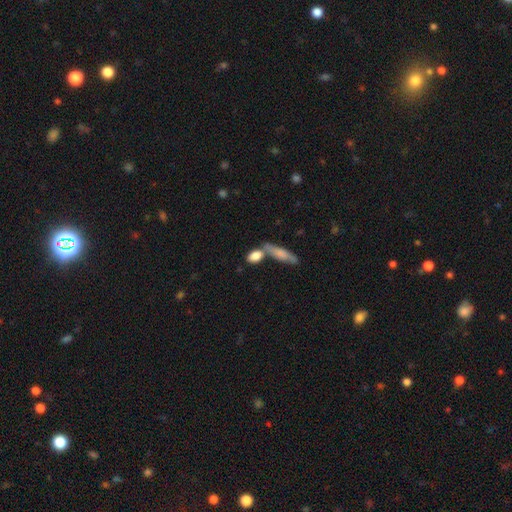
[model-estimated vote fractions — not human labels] The model was most divided on "merging": none: 46%, merger: 37%, minor disturbance: 12%, major disturbance: 5%. More confident: smooth or featured — smooth (81%); how rounded — in between (75%).